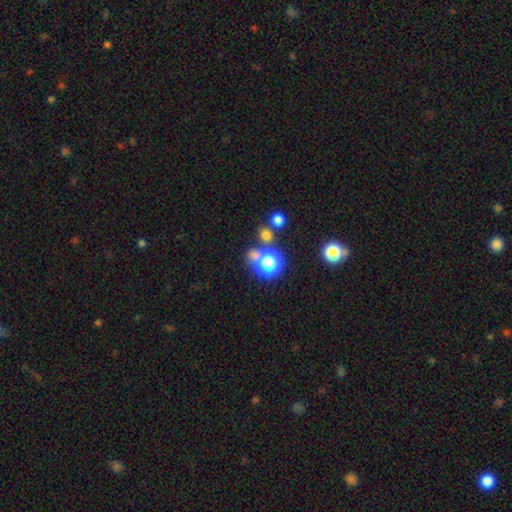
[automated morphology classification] Smooth or featured: smooth — 57% (star or artifact — 33%)
How rounded: round — 75% (in between — 23%)
Merging: none — 58% (merger — 23%)